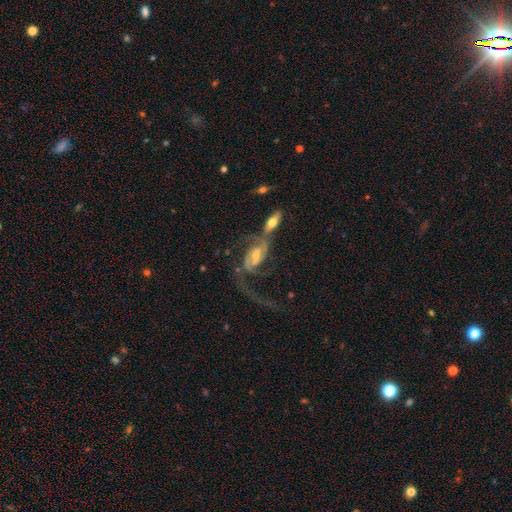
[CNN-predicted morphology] smooth_or_featured: featured or disk (p=0.85) [alt: smooth p=0.09]
disk_edge_on: no (p=0.94) [alt: yes p=0.06]
bar: weak (p=0.48) [alt: strong p=0.27]
has_spiral_arms: yes (p=0.95) [alt: no p=0.05]
spiral_winding: loose (p=0.50) [alt: medium p=0.36]
spiral_arm_count: 2 (p=0.81) [alt: 1 p=0.06]
bulge_size: moderate (p=0.47) [alt: small p=0.38]
merging: merger (p=0.33) [alt: none p=0.29]